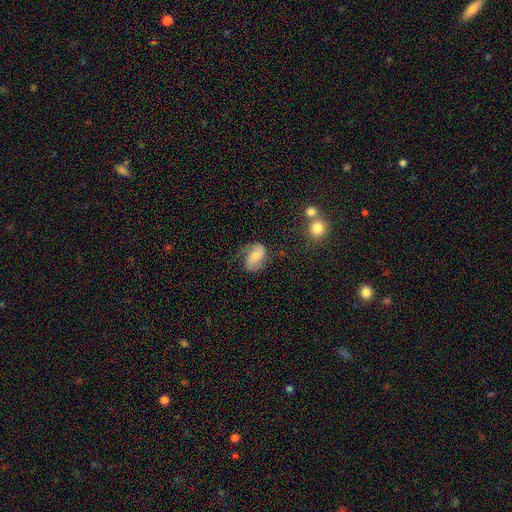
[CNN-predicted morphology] This is possibly a smooth galaxy (49%). Merging: possibly none (51%).